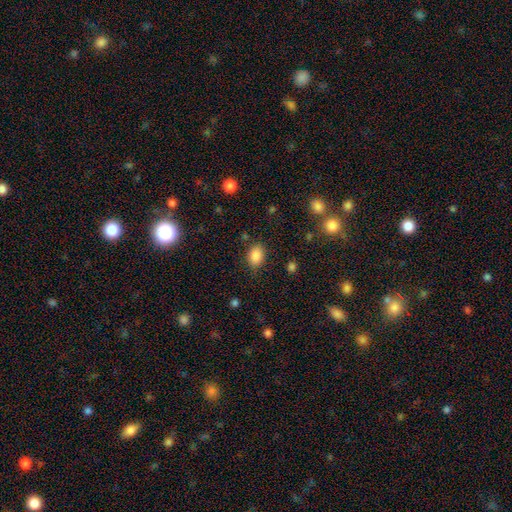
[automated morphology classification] type=smooth (87%); roundness=in between (79%); merging=none (82%).